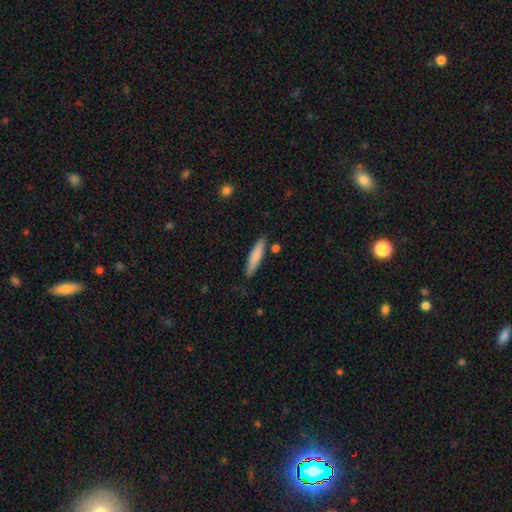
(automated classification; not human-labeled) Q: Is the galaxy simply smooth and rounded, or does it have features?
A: smooth — 81%.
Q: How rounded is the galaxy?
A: cigar-shaped — 83%.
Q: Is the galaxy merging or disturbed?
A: none — 82%.